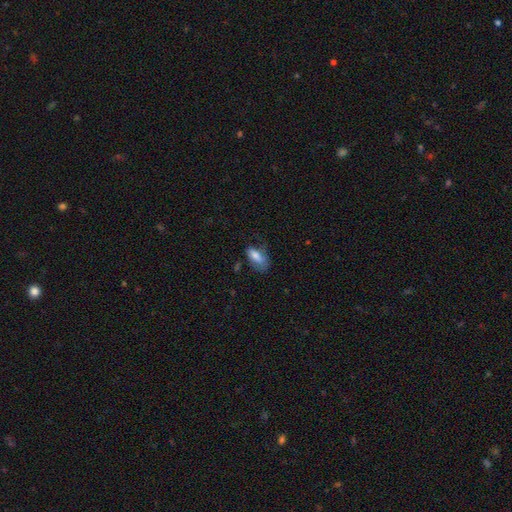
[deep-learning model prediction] Q: Smooth or featured?
A: smooth (71%); runner-up: featured or disk (21%)
Q: How rounded?
A: in between (85%); runner-up: cigar-shaped (11%)
Q: Merging?
A: none (43%); runner-up: minor disturbance (30%)